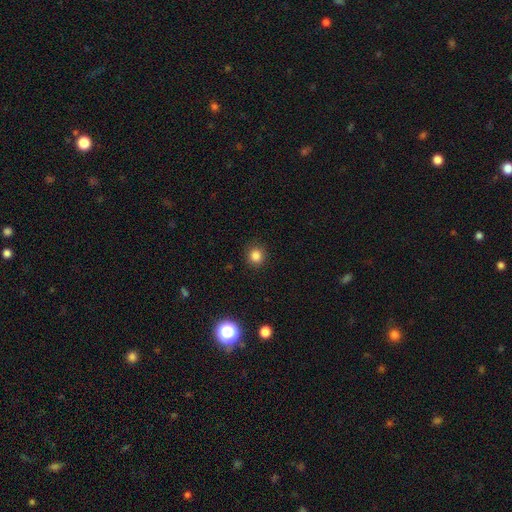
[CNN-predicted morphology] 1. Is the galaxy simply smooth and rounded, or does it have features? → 83% smooth, 13% star or artifact, 4% featured or disk.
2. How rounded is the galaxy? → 90% round, 9% in between, 1% cigar-shaped.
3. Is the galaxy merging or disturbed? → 90% none, 7% minor disturbance, 2% major disturbance, 1% merger.